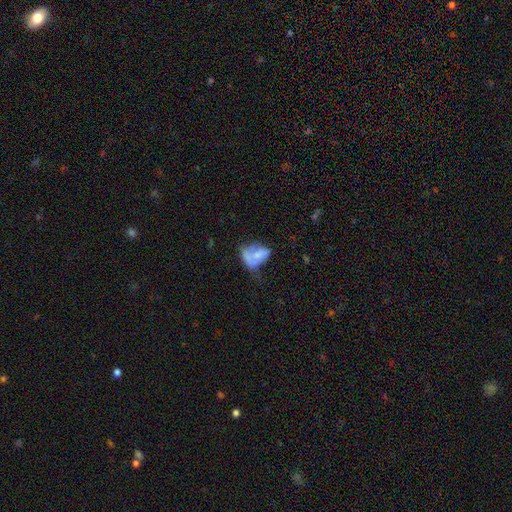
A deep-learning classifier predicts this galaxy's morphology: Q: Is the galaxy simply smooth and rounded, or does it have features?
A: smooth — 53%.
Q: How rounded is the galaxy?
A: in between — 79%.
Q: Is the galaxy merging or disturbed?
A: major disturbance — 31%.